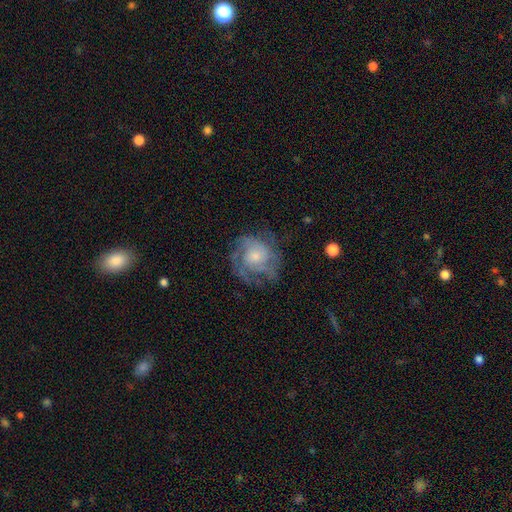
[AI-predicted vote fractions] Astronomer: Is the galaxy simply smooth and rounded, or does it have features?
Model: featured or disk — 70%.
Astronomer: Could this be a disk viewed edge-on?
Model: no — 97%.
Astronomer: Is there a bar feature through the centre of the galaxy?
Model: no — 80%.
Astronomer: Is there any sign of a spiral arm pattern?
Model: yes — 83%.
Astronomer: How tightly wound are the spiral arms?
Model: tight — 53% (runner-up: medium, 34%).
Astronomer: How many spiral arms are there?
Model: can't tell — 45%.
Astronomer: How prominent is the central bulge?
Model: small — 46% (runner-up: moderate, 42%).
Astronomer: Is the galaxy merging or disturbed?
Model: none — 62%.